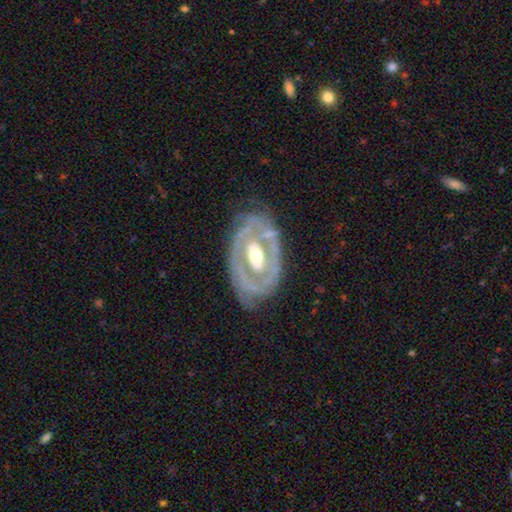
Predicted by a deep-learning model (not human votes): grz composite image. It shows a featured or disk galaxy (83%) with no bar (51%), spiral arms (62%) and a moderate central bulge (73%). Merging: none (65%).